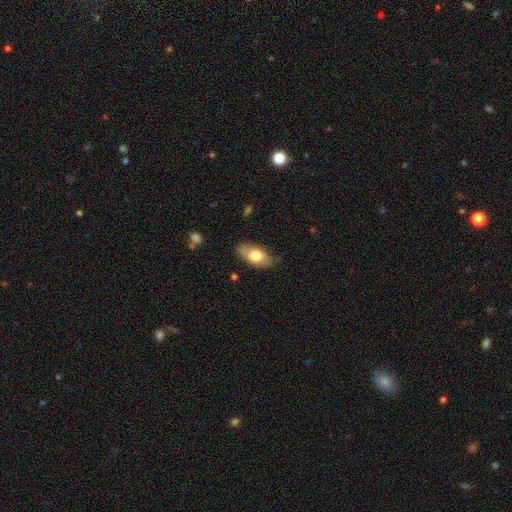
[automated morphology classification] Overall: smooth (73%). How rounded: in between (90%). Merging: none (81%).